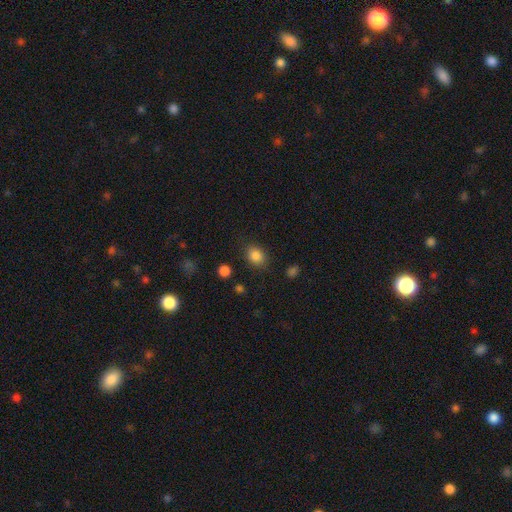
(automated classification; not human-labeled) Morphology: type=smooth (85%); roundness=in between (51%); merging=none (81%).